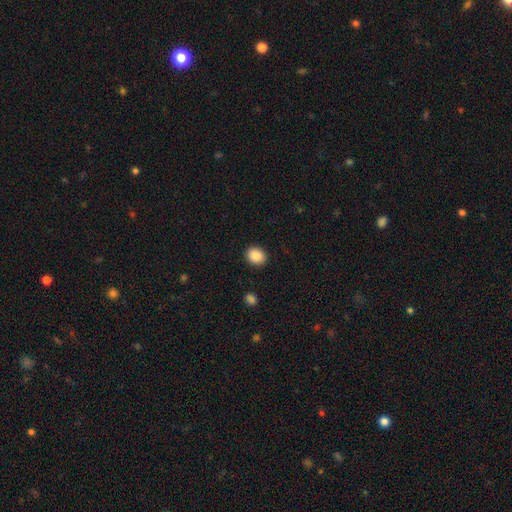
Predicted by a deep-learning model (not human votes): Overall: smooth (88%). How rounded: round (60%; in between 39%). Merging: none (90%).